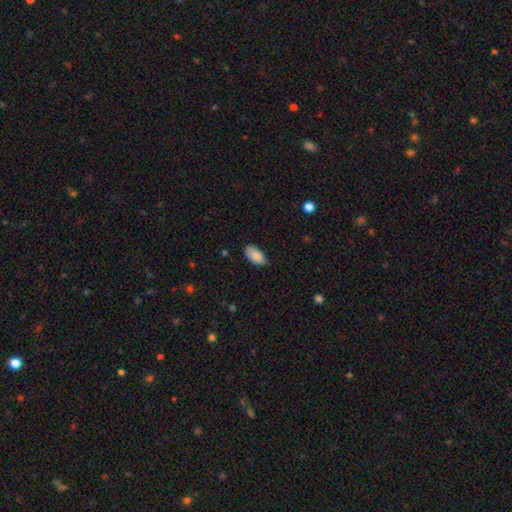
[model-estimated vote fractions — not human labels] smooth_or_featured: smooth (p=0.87) [alt: star or artifact p=0.07]
how_rounded: in between (p=0.94) [alt: cigar-shaped p=0.04]
merging: none (p=0.81) [alt: minor disturbance p=0.16]